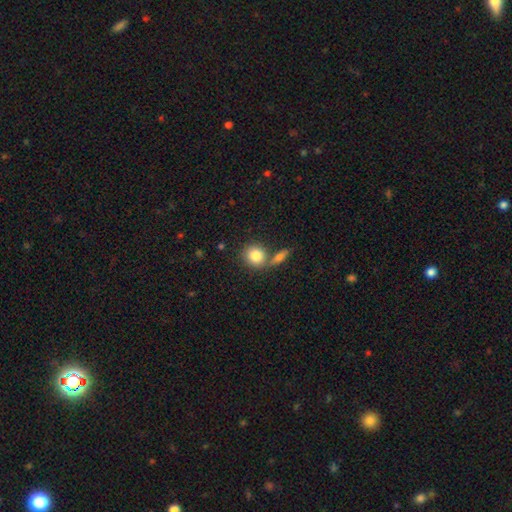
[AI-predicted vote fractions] This is clearly a smooth galaxy (82%). How rounded: clearly round (81%). Merging: possibly none (58%).